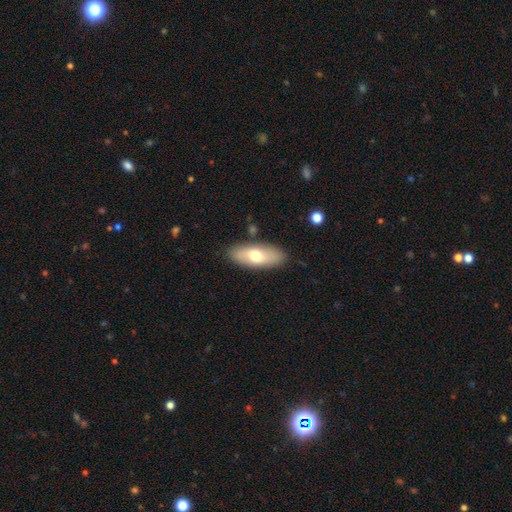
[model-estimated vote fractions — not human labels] Smooth or featured? Predicted: smooth (p=0.64). How rounded? Predicted: in between (p=0.82). Merging? Predicted: none (p=0.86).